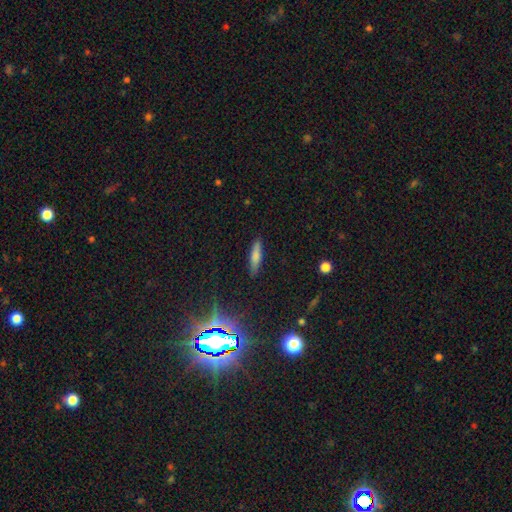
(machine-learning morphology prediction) A smooth galaxy with no disk features (73%) that is cigar-shaped (78%).

Vote fractions:
- Smooth or featured? smooth: 73% / featured or disk: 18% / star or artifact: 9%
- How rounded? cigar-shaped: 78% / in between: 20% / round: 2%
- Merging? none: 87% / minor disturbance: 9% / major disturbance: 2% / merger: 1%